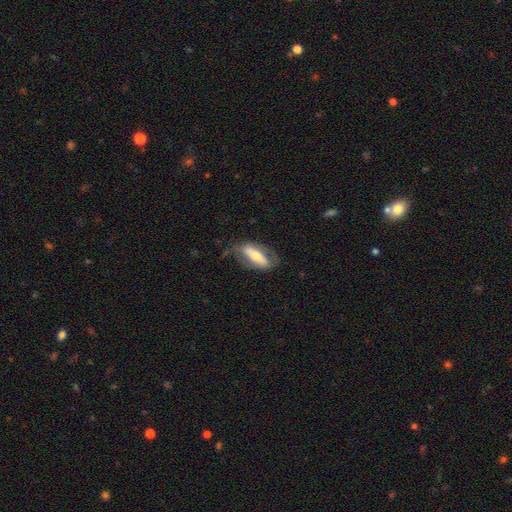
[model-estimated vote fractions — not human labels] Overall: featured or disk (58%; smooth 36%). Edge-on disk: no (73%). Merging: none (64%).